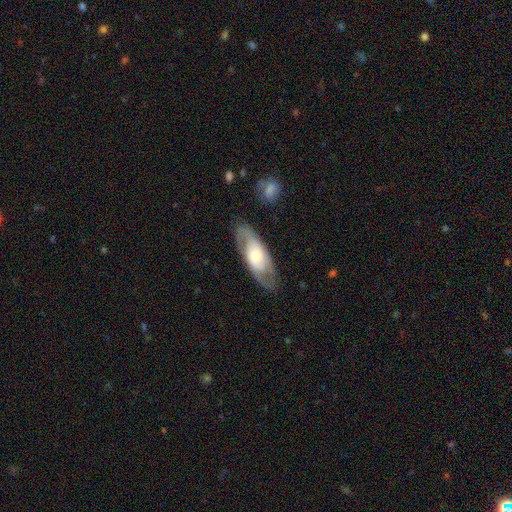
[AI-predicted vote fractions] smooth_or_featured: featured or disk (p=0.62) [alt: smooth p=0.33]
disk_edge_on: no (p=0.84) [alt: yes p=0.16]
bar: no (p=0.63) [alt: weak p=0.27]
has_spiral_arms: yes (p=0.68) [alt: no p=0.32]
bulge_size: moderate (p=0.44) [alt: small p=0.25]
merging: none (p=0.77) [alt: minor disturbance p=0.15]